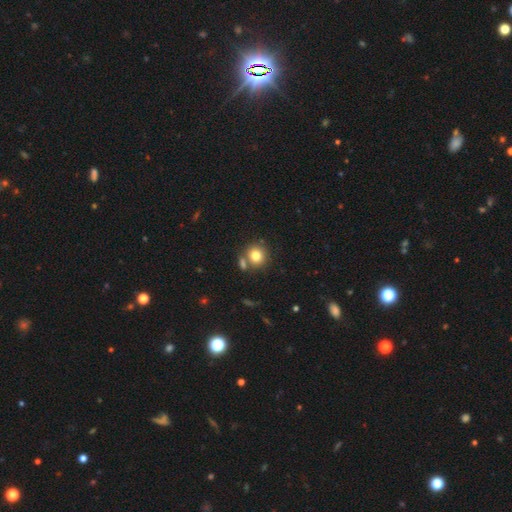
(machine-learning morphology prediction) smooth_or_featured: smooth (p=0.79) [alt: star or artifact p=0.11]
how_rounded: round (p=0.85) [alt: in between p=0.14]
merging: none (p=0.67) [alt: merger p=0.20]